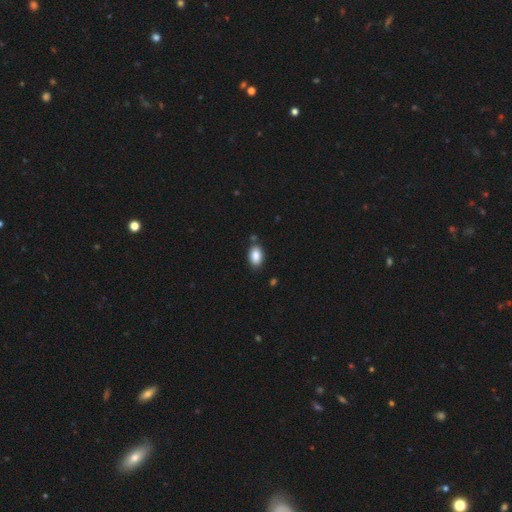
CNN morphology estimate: This is clearly a smooth galaxy (87%). How rounded: clearly in between (92%). Merging: clearly none (82%).